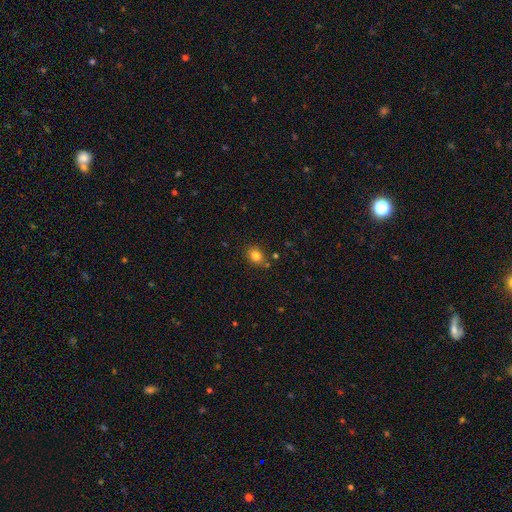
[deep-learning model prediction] This appears to be a smooth galaxy with no disk features (81%) that is round (52%). Merging: none (80%).